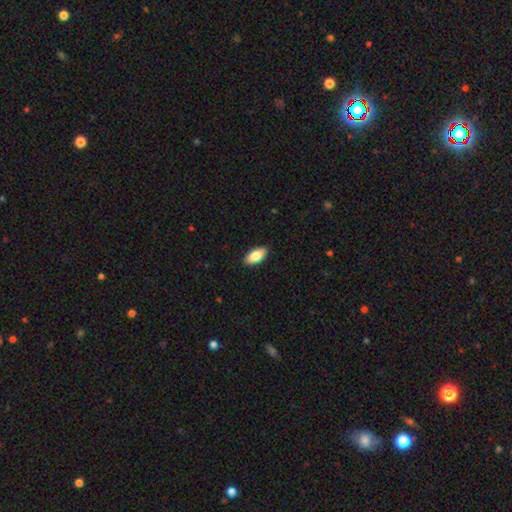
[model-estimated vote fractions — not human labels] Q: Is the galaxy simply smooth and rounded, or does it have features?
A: smooth — 81%.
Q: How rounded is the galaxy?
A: in between — 89%.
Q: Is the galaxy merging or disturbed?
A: none — 89%.